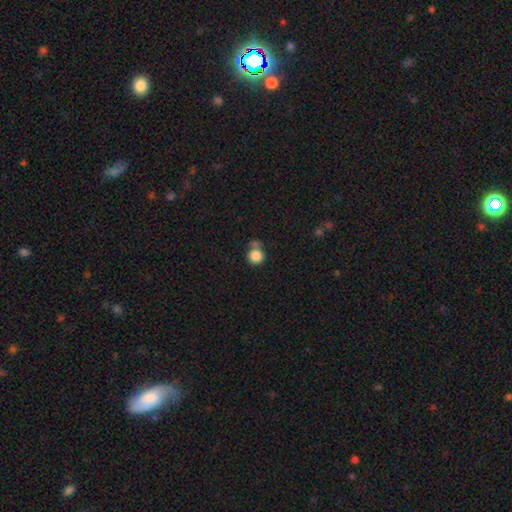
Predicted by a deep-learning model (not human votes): smooth_or_featured: smooth (p=0.85) [alt: star or artifact p=0.10]
how_rounded: round (p=0.93) [alt: in between p=0.06]
merging: none (p=0.62) [alt: merger p=0.19]